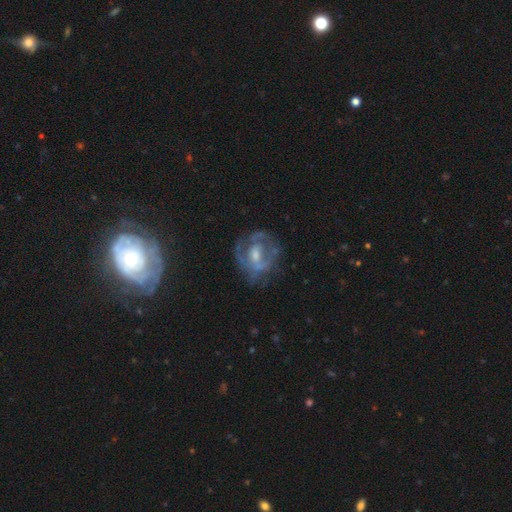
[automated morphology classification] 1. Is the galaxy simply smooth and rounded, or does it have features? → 70% featured or disk, 21% smooth, 9% star or artifact.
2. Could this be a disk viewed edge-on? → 97% no, 3% yes.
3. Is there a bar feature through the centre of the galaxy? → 58% no, 33% weak, 9% strong.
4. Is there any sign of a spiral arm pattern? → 52% yes, 48% no.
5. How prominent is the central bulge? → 51% moderate, 33% small, 7% none, 7% large, 1% dominant.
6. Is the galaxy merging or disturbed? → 56% none, 21% minor disturbance, 21% major disturbance, 2% merger.